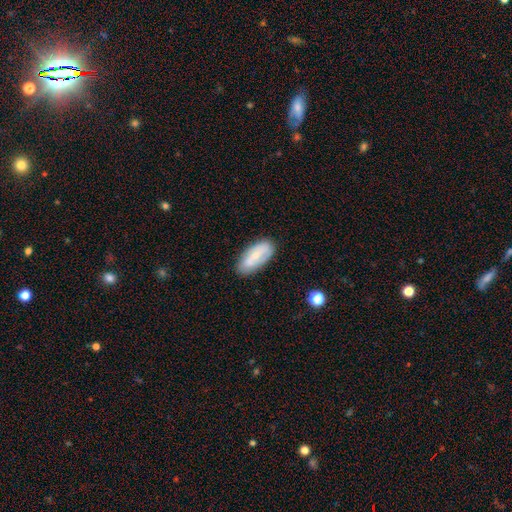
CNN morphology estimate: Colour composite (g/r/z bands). It shows a smooth galaxy with no disk features (55%) that is in between round and cigar-shaped (86%). Merging: none (81%).